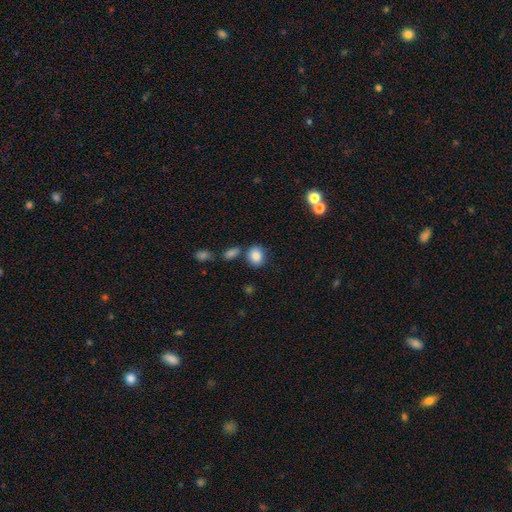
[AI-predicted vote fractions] smooth_or_featured: smooth (p=0.85) [alt: star or artifact p=0.09]
how_rounded: round (p=0.53) [alt: in between p=0.46]
merging: none (p=0.74) [alt: minor disturbance p=0.13]